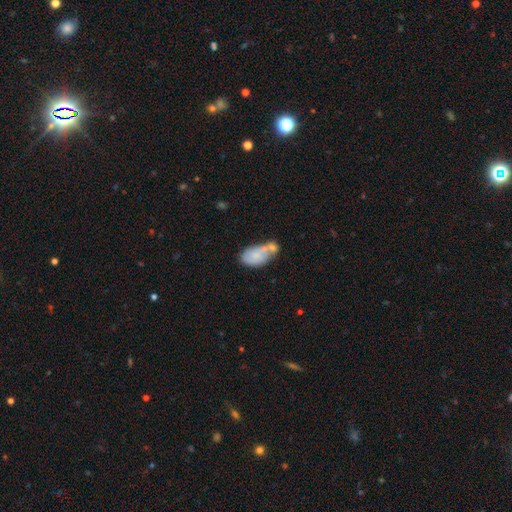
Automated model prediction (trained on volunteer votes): Smooth or featured: smooth — 68% (featured or disk — 25%)
How rounded: in between — 92% (round — 5%)
Merging: merger — 46% (none — 24%)